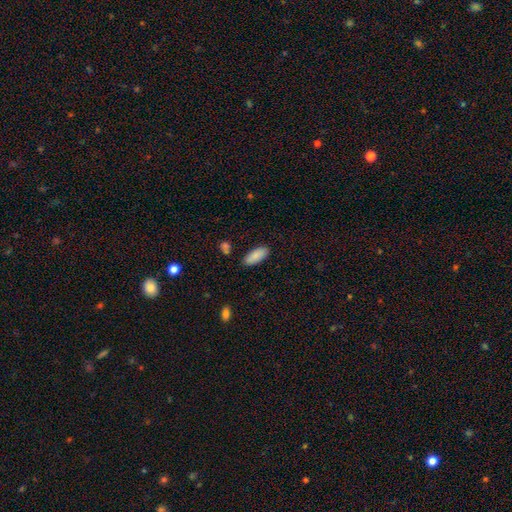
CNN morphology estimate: This is clearly a smooth galaxy (88%). How rounded: clearly in between (83%). Merging: clearly none (86%).